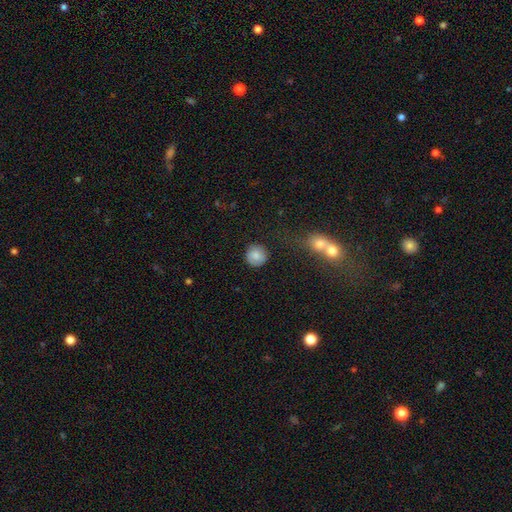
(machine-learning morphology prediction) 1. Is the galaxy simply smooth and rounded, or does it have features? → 81% smooth, 11% featured or disk, 8% star or artifact.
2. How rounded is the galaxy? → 92% round, 7% in between, 1% cigar-shaped.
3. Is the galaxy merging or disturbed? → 85% none, 10% minor disturbance, 3% major disturbance, 2% merger.